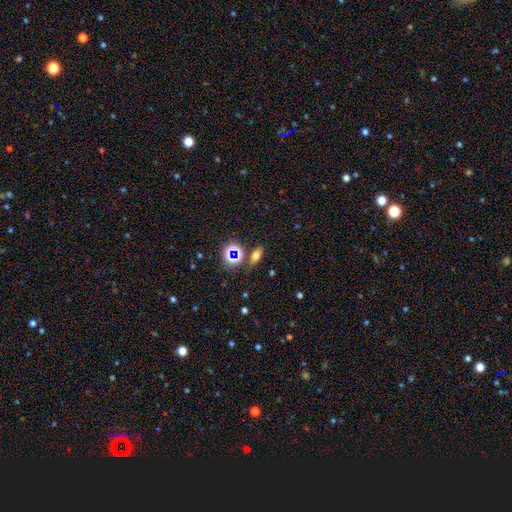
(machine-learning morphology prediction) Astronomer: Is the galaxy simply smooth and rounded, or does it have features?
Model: smooth — 53%.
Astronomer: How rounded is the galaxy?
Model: in between — 62%.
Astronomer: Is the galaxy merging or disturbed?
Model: none — 79%.